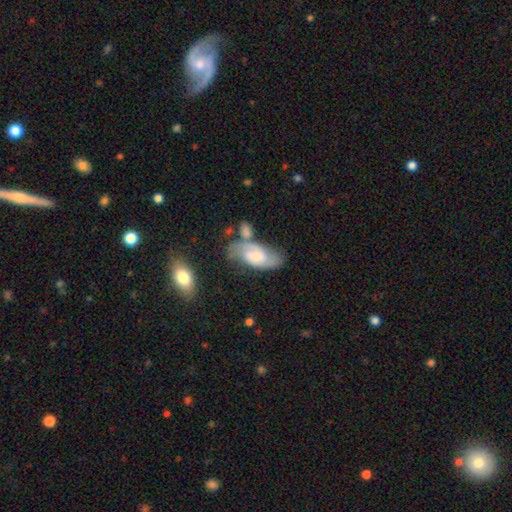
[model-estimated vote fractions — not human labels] This is possibly a featured or disk galaxy (55%). It is clearly not viewed edge-on (91%). Merging: possibly none (47%).